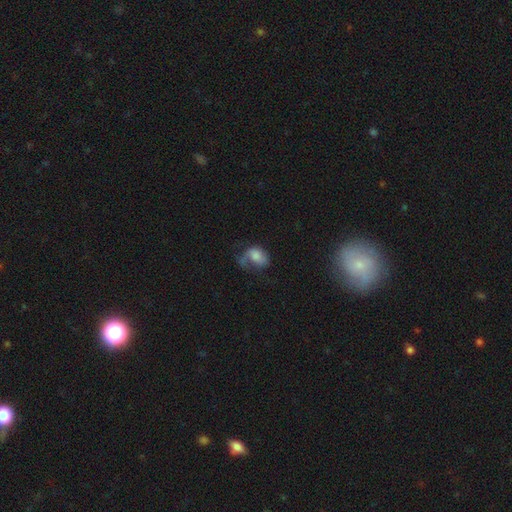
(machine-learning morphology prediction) smooth 47%, featured or disk 42%, star or artifact 11%. Down the decision tree: merging — major disturbance (42%).